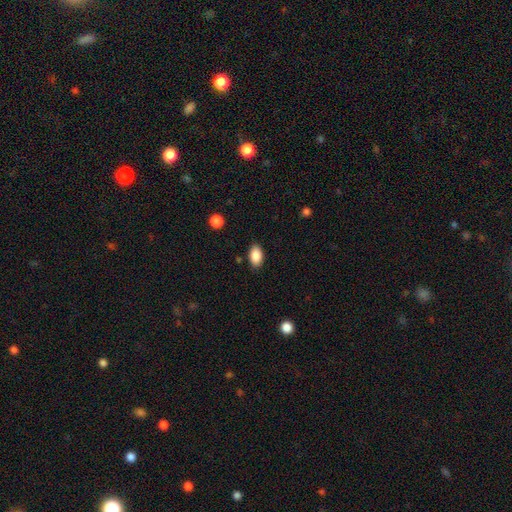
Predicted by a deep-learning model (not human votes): smooth_or_featured: smooth (p=0.88) [alt: star or artifact p=0.07]
how_rounded: in between (p=0.91) [alt: round p=0.07]
merging: none (p=0.85) [alt: minor disturbance p=0.11]